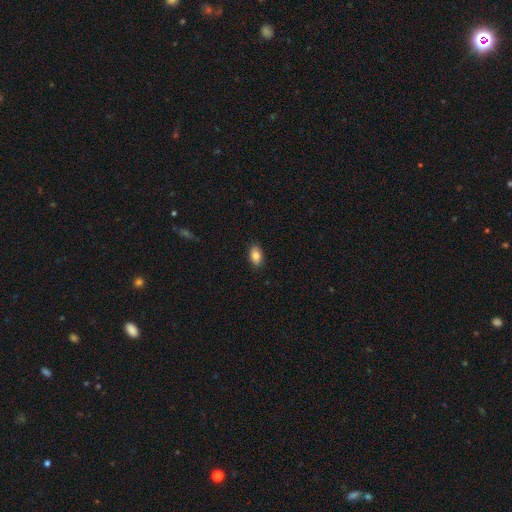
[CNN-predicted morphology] type=smooth (86%); roundness=in between (90%); merging=none (89%).